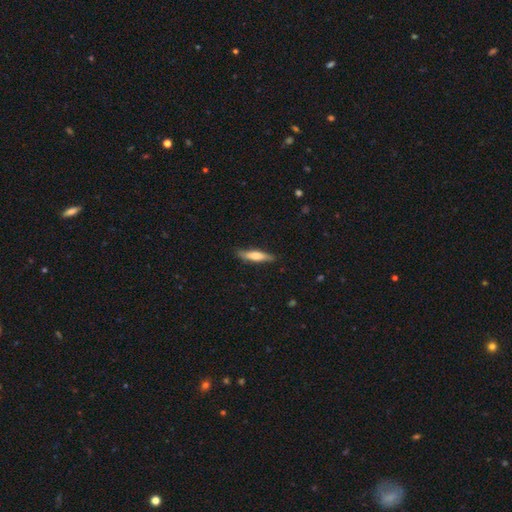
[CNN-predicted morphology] A smooth galaxy with no disk features (65%) that is cigar-shaped (77%). Merging: none (82%).